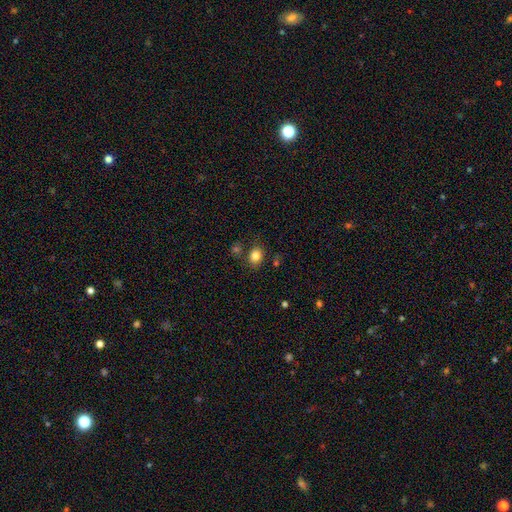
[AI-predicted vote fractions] The model was most divided on "how rounded": round: 55%, in between: 44%, cigar-shaped: 1%. More confident: smooth or featured — smooth (82%); merging — none (77%).